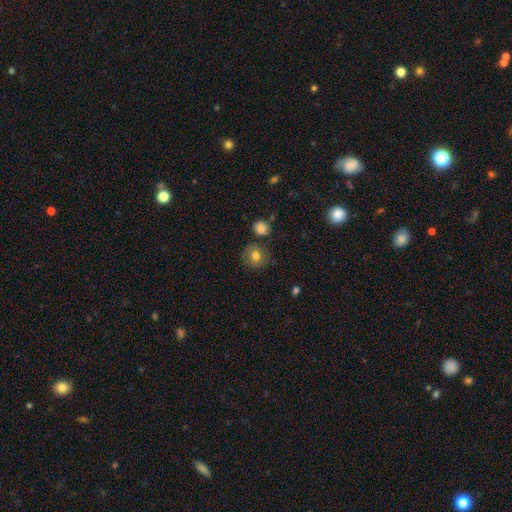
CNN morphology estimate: Q: Smooth or featured?
A: smooth (75%); runner-up: featured or disk (15%)
Q: How rounded?
A: round (83%); runner-up: in between (16%)
Q: Merging?
A: none (74%); runner-up: minor disturbance (15%)